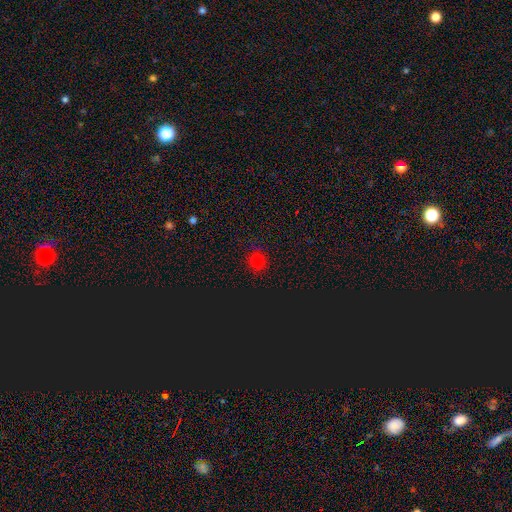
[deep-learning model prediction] A smooth galaxy with no disk features (73%) that is round (89%). Merging: none (86%).